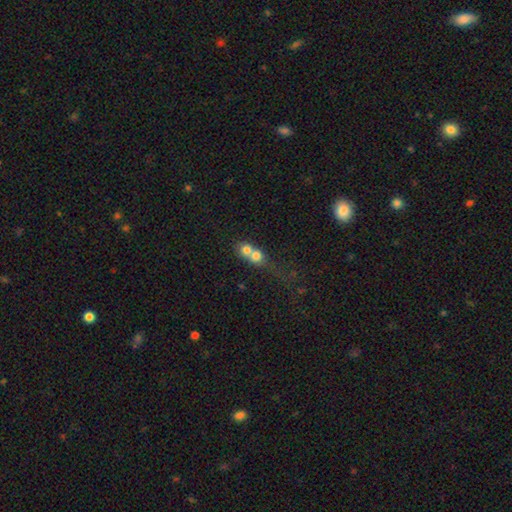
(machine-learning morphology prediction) A smooth galaxy with no disk features (68%) that is round (70%). Merging: merger (74%).